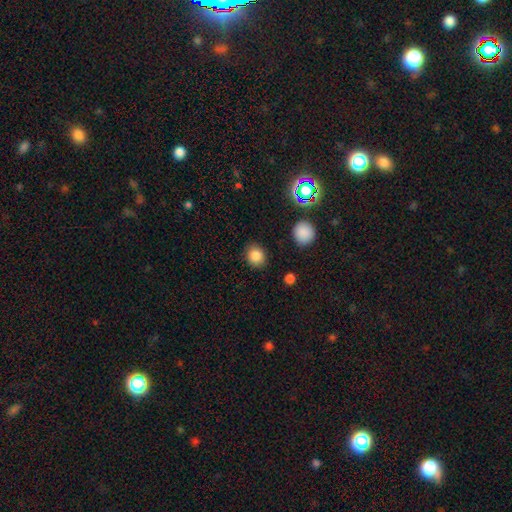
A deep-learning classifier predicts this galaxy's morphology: This appears to be a smooth galaxy with no disk features (85%) that is round (70%). Merging: none (87%).